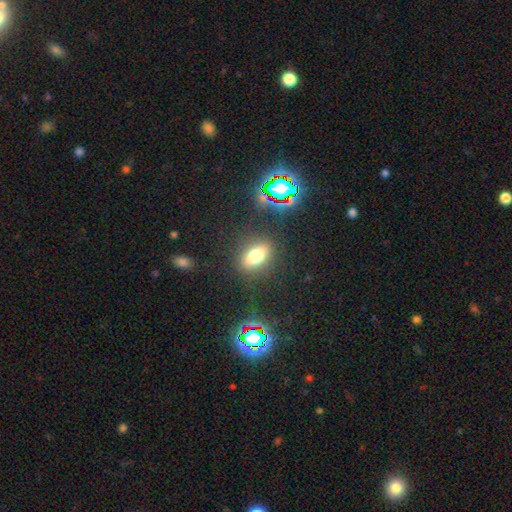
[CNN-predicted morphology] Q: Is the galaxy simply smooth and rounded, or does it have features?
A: smooth — 69%.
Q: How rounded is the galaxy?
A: in between — 76%.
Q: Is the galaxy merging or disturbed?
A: none — 84%.